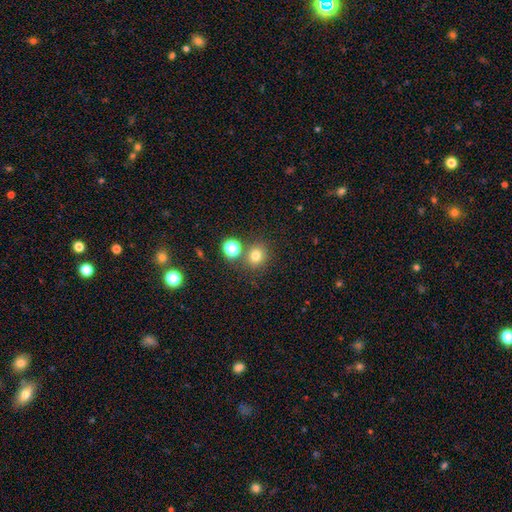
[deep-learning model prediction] Smooth or featured: smooth — 75% (star or artifact — 18%)
How rounded: round — 82% (in between — 17%)
Merging: none — 74% (merger — 13%)